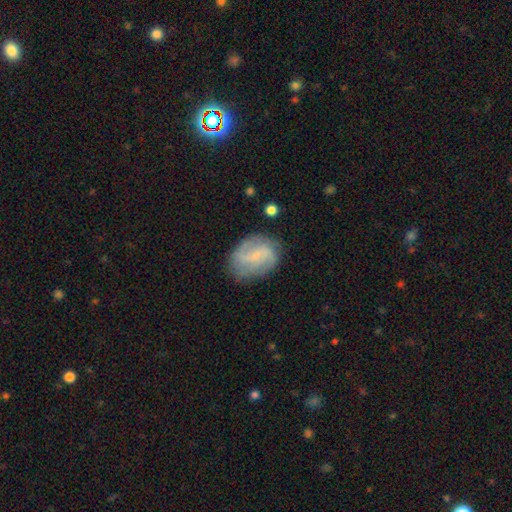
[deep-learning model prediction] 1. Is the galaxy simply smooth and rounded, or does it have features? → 76% featured or disk, 17% smooth, 6% star or artifact.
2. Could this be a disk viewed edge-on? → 97% no, 3% yes.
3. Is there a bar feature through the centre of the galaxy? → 48% weak, 39% no, 14% strong.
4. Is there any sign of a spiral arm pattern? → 93% yes, 7% no.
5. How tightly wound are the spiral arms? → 45% medium, 29% loose, 26% tight.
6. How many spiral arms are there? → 55% 2, 19% can't tell, 15% 3, 5% 4, 4% 1, 4% more than 4.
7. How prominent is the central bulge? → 78% small, 13% moderate, 7% none, 1% large, 1% dominant.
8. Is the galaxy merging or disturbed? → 75% none, 17% minor disturbance, 6% major disturbance, 2% merger.